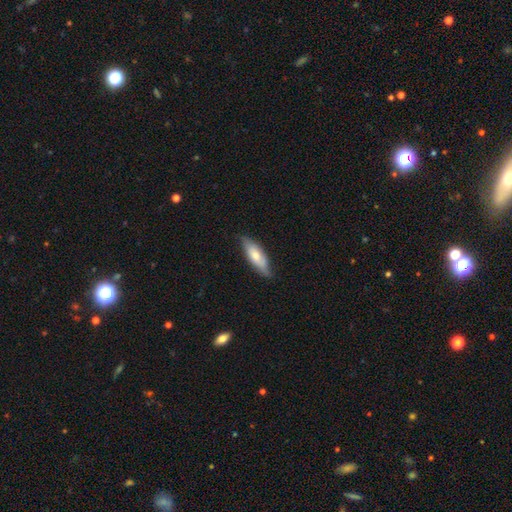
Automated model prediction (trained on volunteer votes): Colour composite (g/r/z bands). It shows a smooth galaxy with no disk features (62%) that is in between round and cigar-shaped (59%). Merging: none (71%).